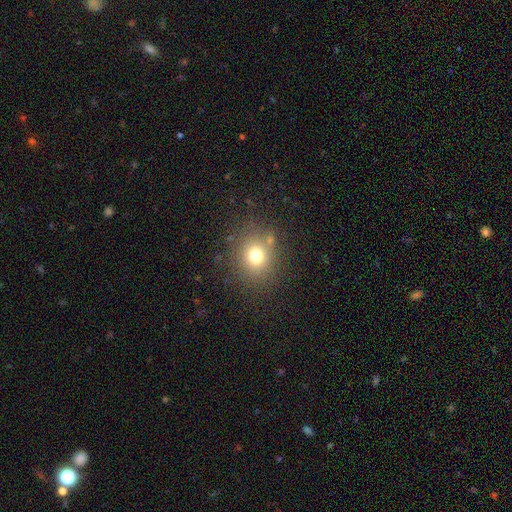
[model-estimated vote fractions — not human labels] This is likely a smooth galaxy (73%). How rounded: likely round (77%). Merging: likely none (79%).